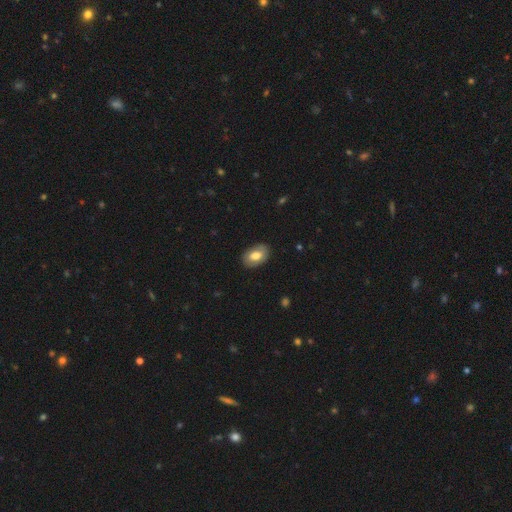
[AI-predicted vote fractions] smooth-or-featured: smooth: 72% | featured or disk: 22% | star or artifact: 6%
  how-rounded: in between: 88% | round: 11% | cigar-shaped: 1%
  merging: none: 86% | minor disturbance: 11% | major disturbance: 3% | merger: 1%